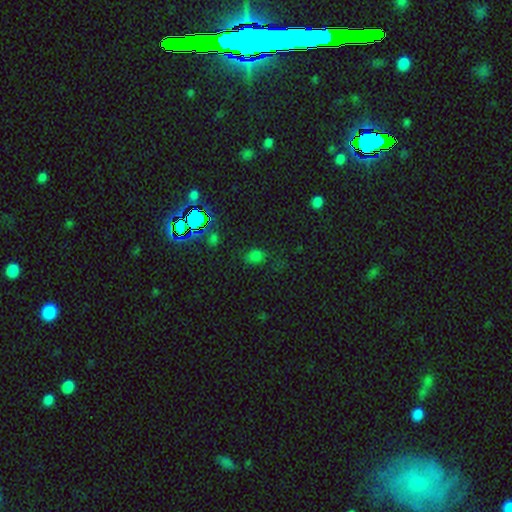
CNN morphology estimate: Overall: smooth (62%; star or artifact 32%). How rounded: in between (55%; round 43%). Merging: none (68%).